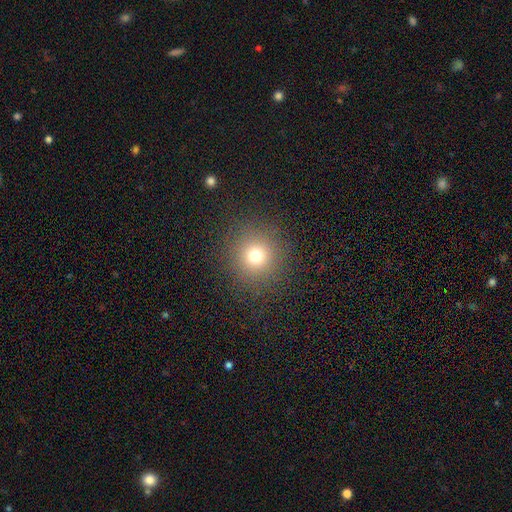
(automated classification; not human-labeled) Overall: smooth (72%). How rounded: round (94%). Merging: none (88%).